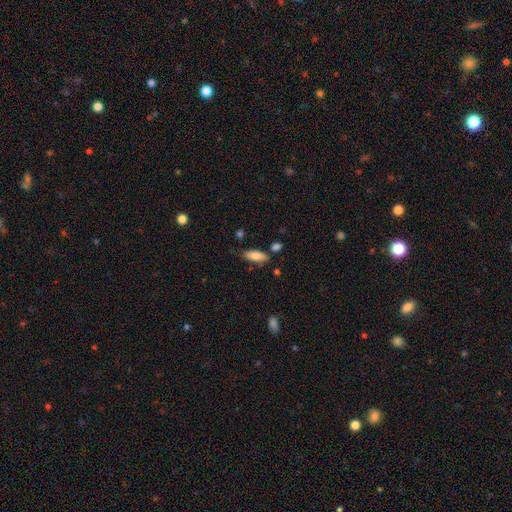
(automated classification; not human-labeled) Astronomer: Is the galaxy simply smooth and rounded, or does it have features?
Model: smooth — 83%.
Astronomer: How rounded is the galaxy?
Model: in between — 70%.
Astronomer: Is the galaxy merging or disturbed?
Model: none — 72%.